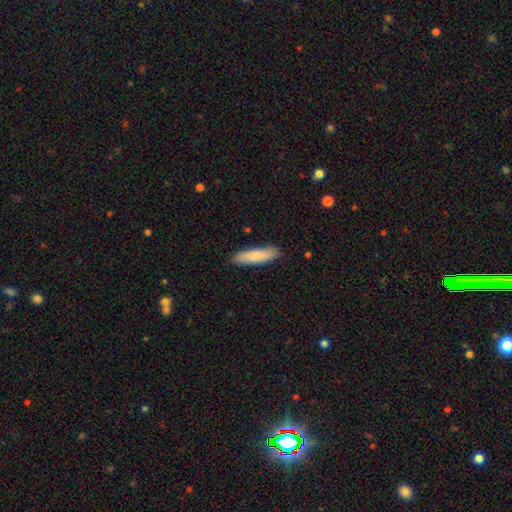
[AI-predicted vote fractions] Q: Smooth or featured?
A: smooth (85%); runner-up: featured or disk (10%)
Q: How rounded?
A: cigar-shaped (76%); runner-up: in between (23%)
Q: Merging?
A: none (90%); runner-up: minor disturbance (8%)